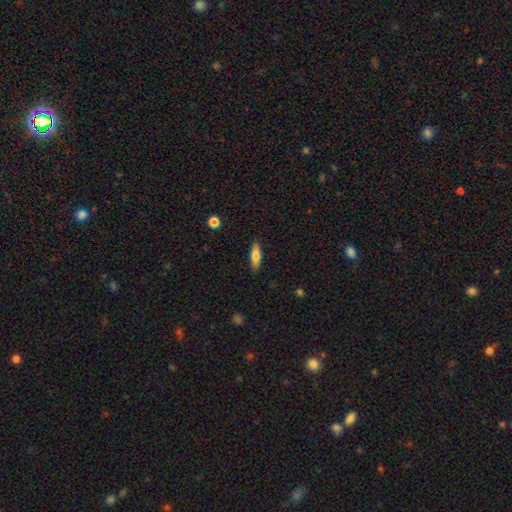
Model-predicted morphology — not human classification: The model was most divided on "how rounded": cigar-shaped: 59%, in between: 39%, round: 2%. More confident: merging — none (89%); smooth or featured — smooth (68%).